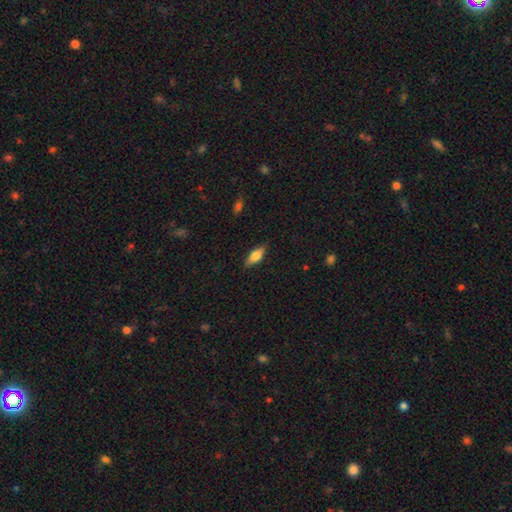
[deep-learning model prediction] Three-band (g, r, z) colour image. It shows a smooth galaxy with no disk features (67%) that is in between round and cigar-shaped (73%). Merging: none (85%).